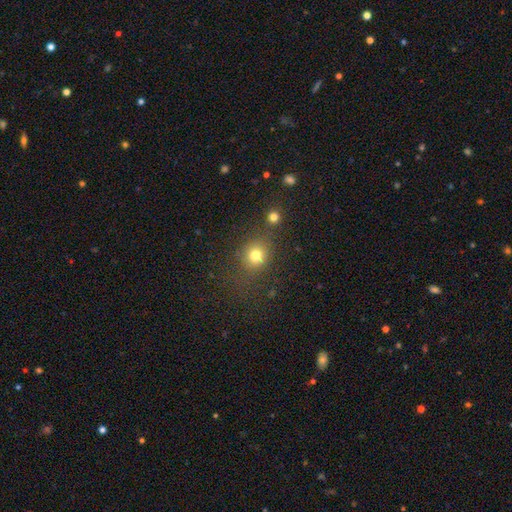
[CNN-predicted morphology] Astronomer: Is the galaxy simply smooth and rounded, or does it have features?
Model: smooth — 76%.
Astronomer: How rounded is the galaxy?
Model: round — 77%.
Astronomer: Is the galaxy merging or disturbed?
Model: none — 68%.